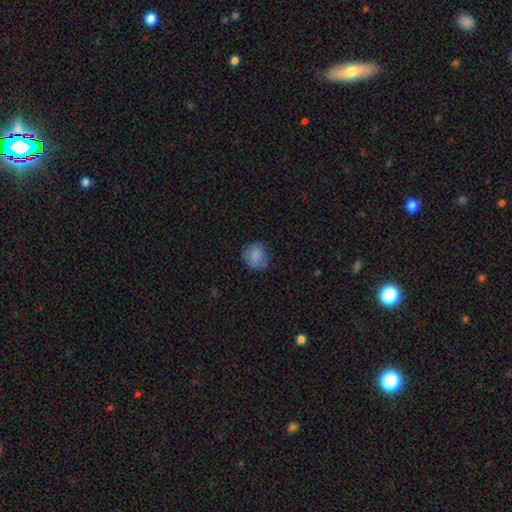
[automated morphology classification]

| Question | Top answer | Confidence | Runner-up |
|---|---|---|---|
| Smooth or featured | smooth | 82% | featured or disk (10%) |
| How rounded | round | 74% | in between (25%) |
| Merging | none | 69% | minor disturbance (23%) |